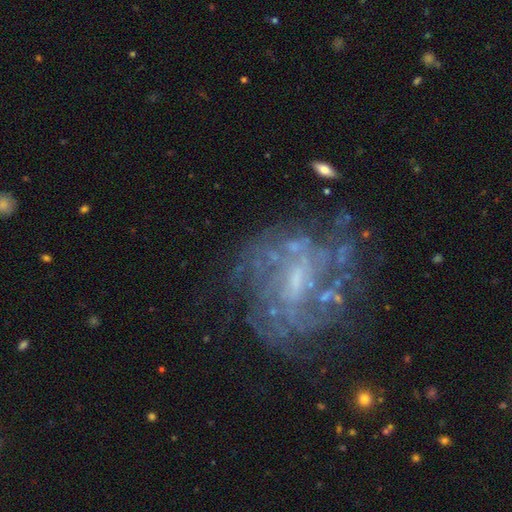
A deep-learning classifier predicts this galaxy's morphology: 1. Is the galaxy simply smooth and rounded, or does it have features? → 79% featured or disk, 12% star or artifact, 9% smooth.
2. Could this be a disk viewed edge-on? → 97% no, 3% yes.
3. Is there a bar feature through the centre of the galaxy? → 50% weak, 36% no, 14% strong.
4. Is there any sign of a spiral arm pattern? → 74% yes, 26% no.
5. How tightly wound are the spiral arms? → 46% tight, 36% medium, 17% loose.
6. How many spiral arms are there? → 53% can't tell, 12% 2, 11% 4, 11% 3, 8% more than 4, 5% 1.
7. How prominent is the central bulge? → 51% small, 23% none, 23% moderate, 2% large, 1% dominant.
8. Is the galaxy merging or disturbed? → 66% none, 16% minor disturbance, 15% major disturbance, 3% merger.